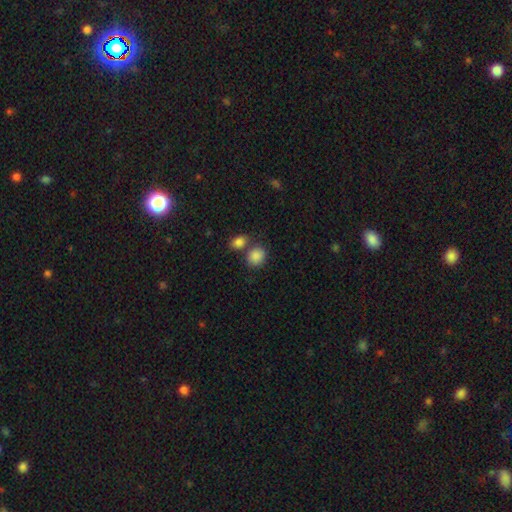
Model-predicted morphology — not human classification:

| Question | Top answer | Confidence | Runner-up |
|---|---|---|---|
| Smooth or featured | smooth | 87% | star or artifact (8%) |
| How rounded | round | 61% | in between (38%) |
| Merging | none | 56% | merger (28%) |